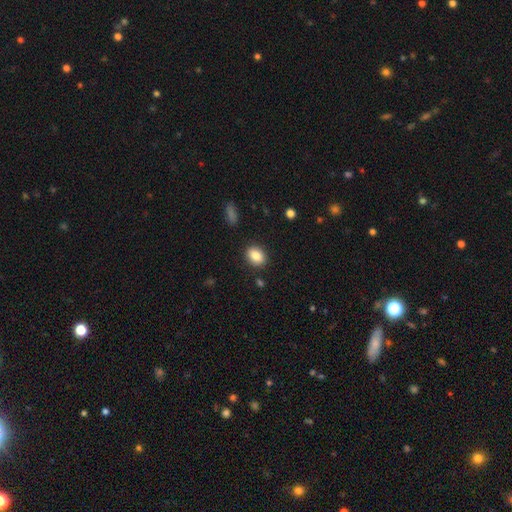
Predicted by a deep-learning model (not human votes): The model was most divided on "how rounded": in between: 62%, round: 37%, cigar-shaped: 1%. More confident: merging — none (87%); smooth or featured — smooth (86%).